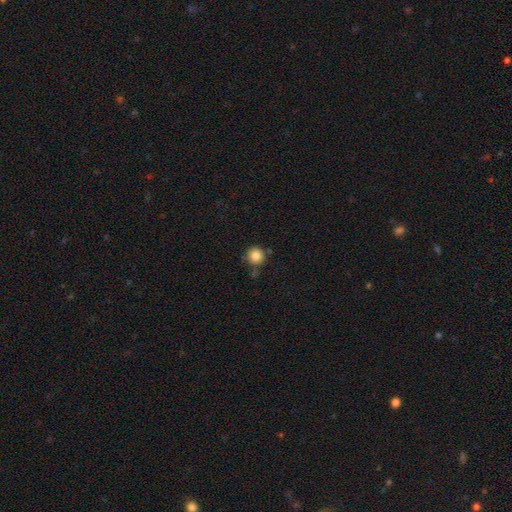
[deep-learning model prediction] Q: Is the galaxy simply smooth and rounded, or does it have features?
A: smooth — 85%.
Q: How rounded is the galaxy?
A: round — 93%.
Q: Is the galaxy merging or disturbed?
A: none — 78%.